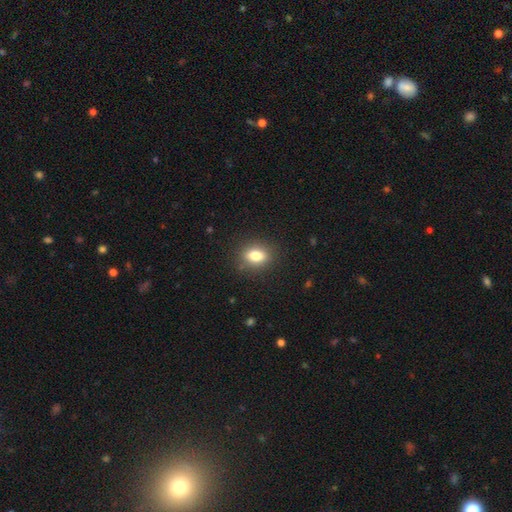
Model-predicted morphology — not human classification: smooth_or_featured: smooth (p=0.80) [alt: featured or disk p=0.10]
how_rounded: in between (p=0.64) [alt: round p=0.34]
merging: none (p=0.87) [alt: minor disturbance p=0.09]